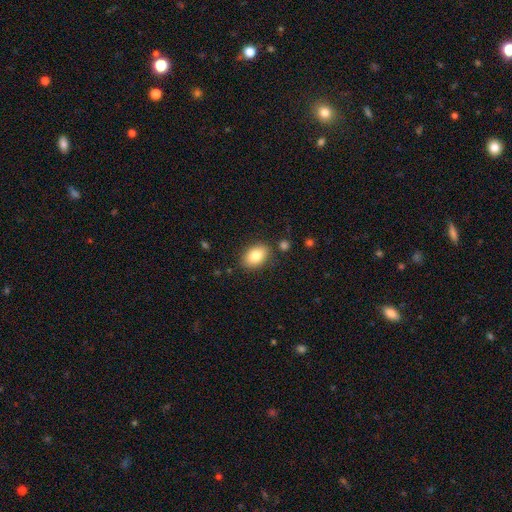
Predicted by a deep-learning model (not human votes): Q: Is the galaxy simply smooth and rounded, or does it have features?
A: smooth — 81%.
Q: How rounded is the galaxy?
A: in between — 84%.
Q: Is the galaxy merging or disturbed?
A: none — 84%.